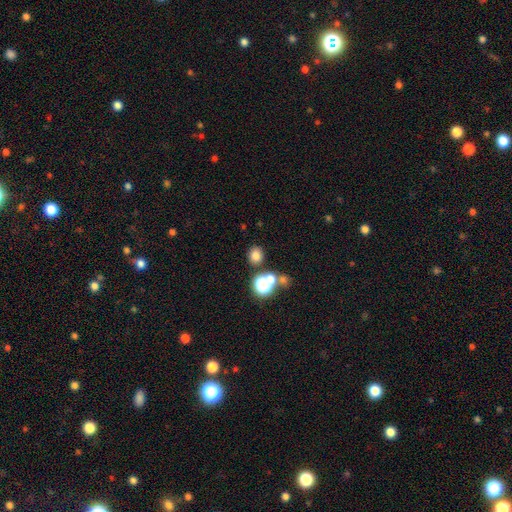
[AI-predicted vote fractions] A smooth galaxy with no disk features (75%) that is round (74%).

Vote fractions:
- Smooth or featured? smooth: 75% / star or artifact: 19% / featured or disk: 6%
- How rounded? round: 74% / in between: 25% / cigar-shaped: 1%
- Merging? none: 77% / merger: 12% / minor disturbance: 8% / major disturbance: 3%